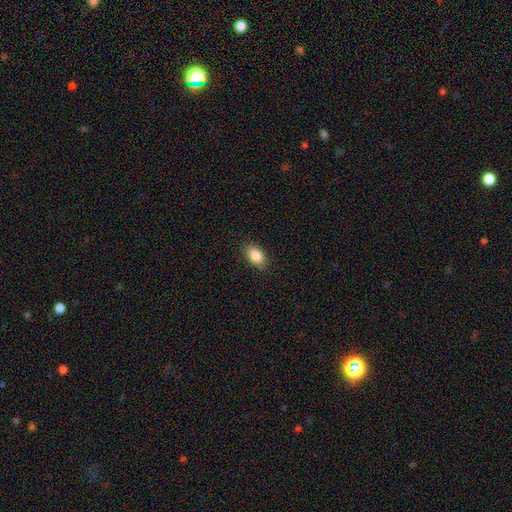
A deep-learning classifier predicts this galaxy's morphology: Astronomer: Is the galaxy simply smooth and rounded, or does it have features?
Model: smooth — 85%.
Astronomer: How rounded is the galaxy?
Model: in between — 90%.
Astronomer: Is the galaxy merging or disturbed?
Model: none — 88%.